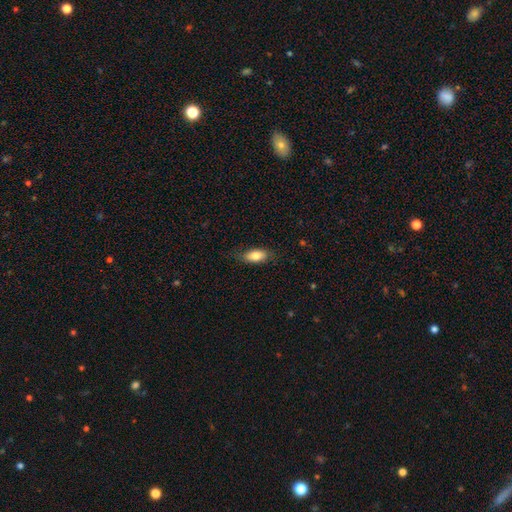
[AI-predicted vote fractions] Morphology: type=smooth (80%); roundness=in between (86%); merging=none (77%).